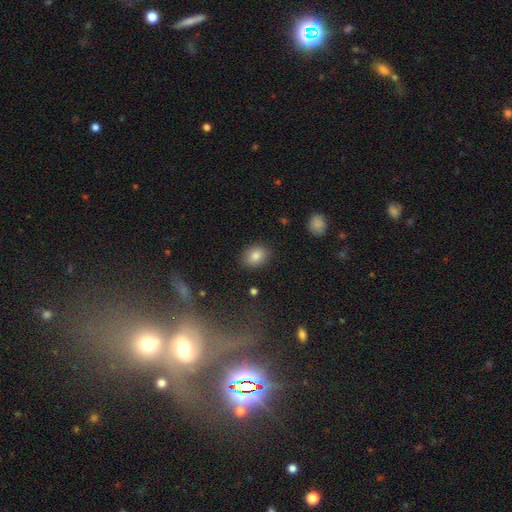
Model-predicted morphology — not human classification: type=smooth (83%); roundness=in between (64%); merging=none (86%).